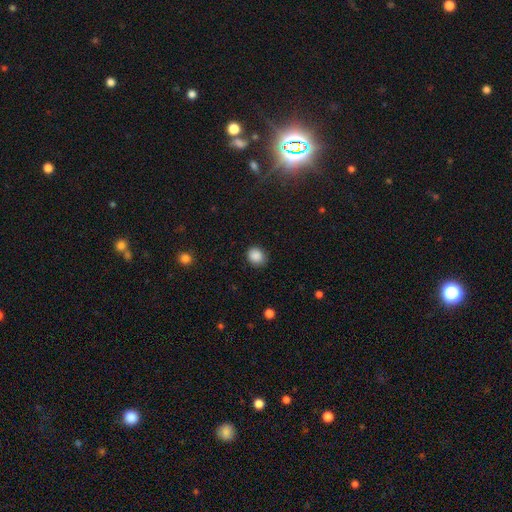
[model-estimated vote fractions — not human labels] A smooth galaxy with no disk features (88%) that is round (66%).

Vote fractions:
- Smooth or featured? smooth: 88% / star or artifact: 9% / featured or disk: 3%
- How rounded? round: 66% / in between: 33% / cigar-shaped: 1%
- Merging? none: 84% / minor disturbance: 12% / major disturbance: 3% / merger: 1%